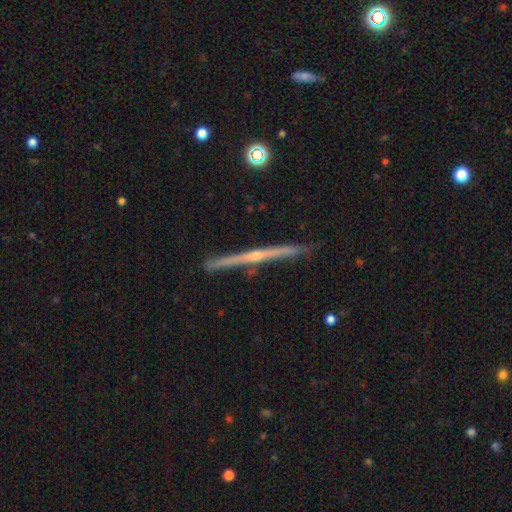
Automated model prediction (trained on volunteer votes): A featured or disk galaxy (81%) viewed edge-on (98%) with a rounded central bulge (68%). Merging: none (90%).